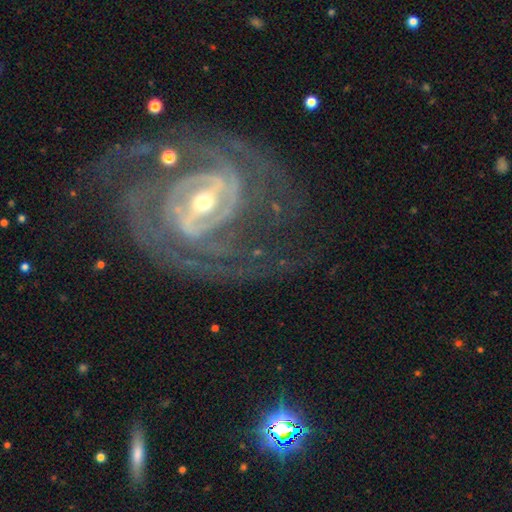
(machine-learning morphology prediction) A featured or disk galaxy (92%) with a strong bar (55%), 2 (44%) tight (60%) spiral arms (97%) and a small central bulge (51%). Merging: none (64%).